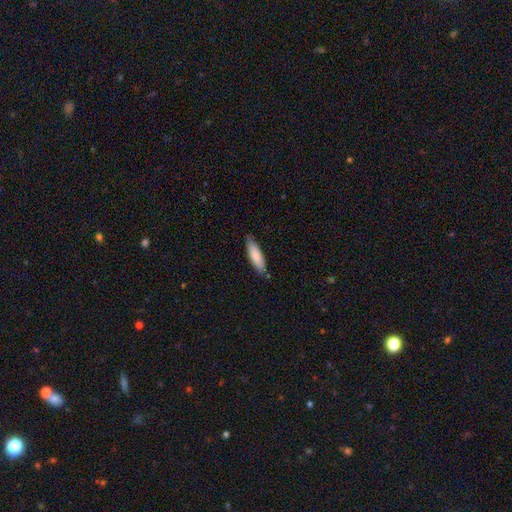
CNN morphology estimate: smooth_or_featured: smooth (p=0.83) [alt: featured or disk p=0.12]
how_rounded: cigar-shaped (p=0.58) [alt: in between p=0.41]
merging: none (p=0.82) [alt: minor disturbance p=0.13]